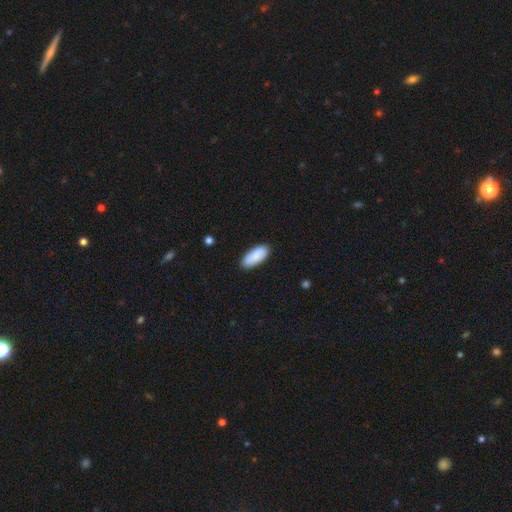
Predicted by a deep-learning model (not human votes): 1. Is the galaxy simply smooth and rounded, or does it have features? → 88% smooth, 6% featured or disk, 6% star or artifact.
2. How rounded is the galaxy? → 84% in between, 14% cigar-shaped, 2% round.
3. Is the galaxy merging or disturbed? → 87% none, 10% minor disturbance, 2% major disturbance, 1% merger.